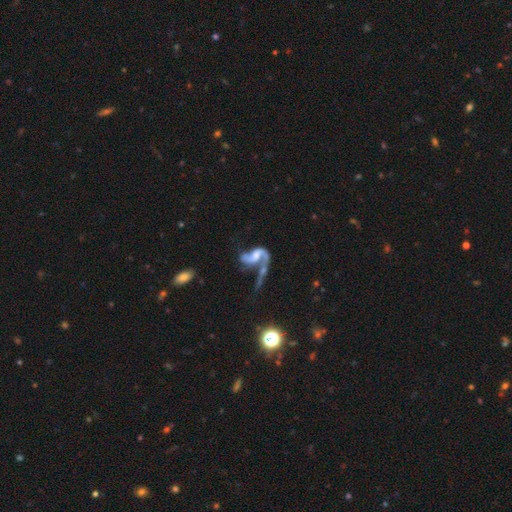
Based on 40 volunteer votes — Smooth or featured? 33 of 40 (82%) said featured or disk. Edge-on disk? 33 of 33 (100%) said no. Bar? 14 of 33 (42%) said no. Spiral arms? 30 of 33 (91%) said yes. Spiral winding? 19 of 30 (63%) said loose. Spiral arm count? 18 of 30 (60%) said 2. Bulge size? 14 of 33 (42%) said small. Merging? 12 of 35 (34%) said none.